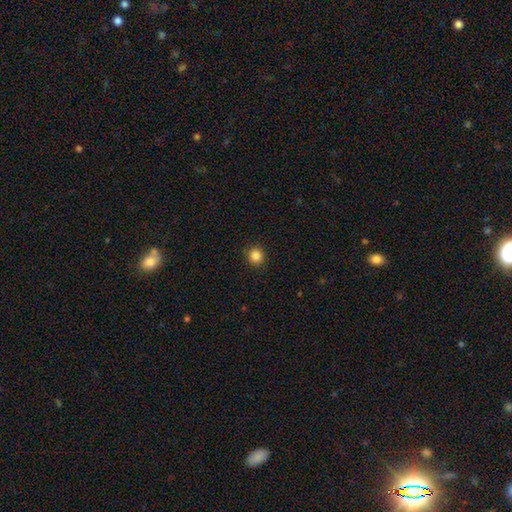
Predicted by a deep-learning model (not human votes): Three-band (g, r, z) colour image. It shows a smooth galaxy with no disk features (85%) that is round (88%). Merging: none (91%).